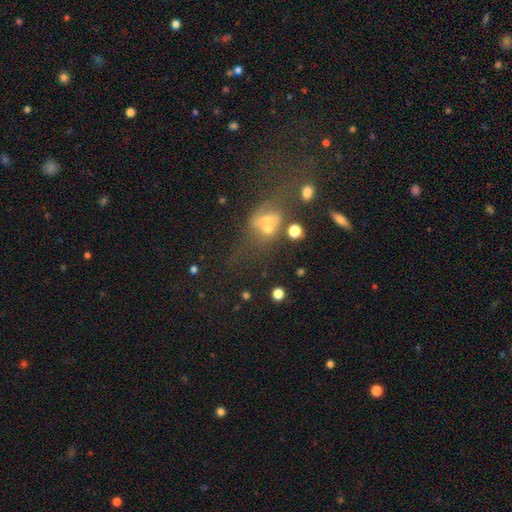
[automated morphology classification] Smooth or featured: smooth — 38% (star or artifact — 36%)
Merging: none — 45% (major disturbance — 21%)